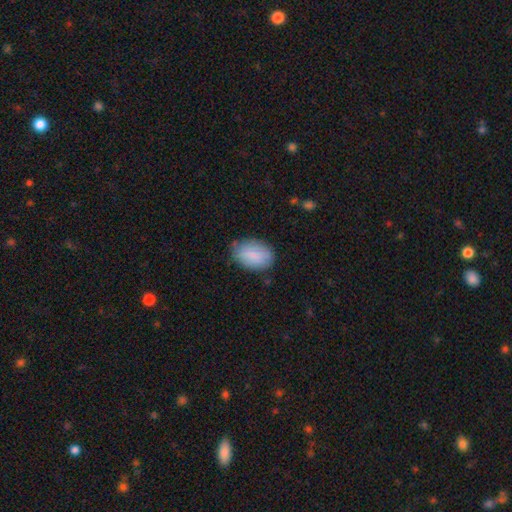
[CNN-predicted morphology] smooth_or_featured: smooth (p=0.85) [alt: featured or disk p=0.09]
how_rounded: in between (p=0.87) [alt: round p=0.12]
merging: none (p=0.76) [alt: minor disturbance p=0.18]